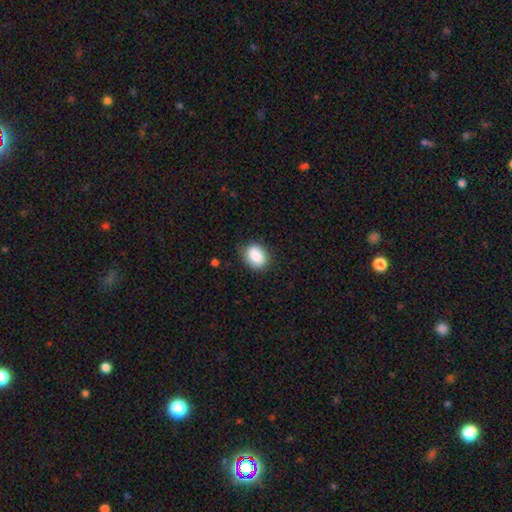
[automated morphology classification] smooth_or_featured: smooth (p=0.87) [alt: star or artifact p=0.07]
how_rounded: in between (p=0.69) [alt: round p=0.30]
merging: none (p=0.79) [alt: minor disturbance p=0.16]